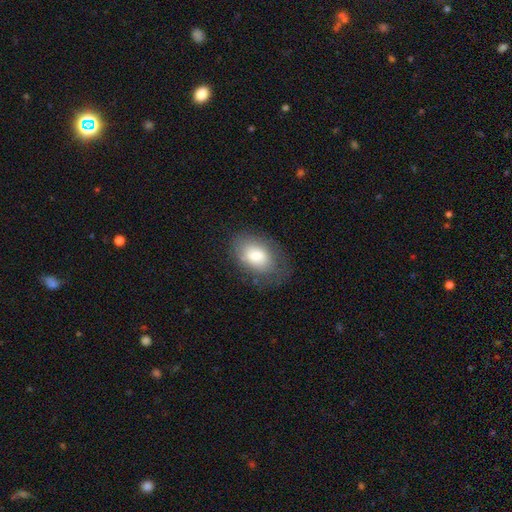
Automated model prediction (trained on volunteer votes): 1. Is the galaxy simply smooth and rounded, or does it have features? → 75% smooth, 17% featured or disk, 8% star or artifact.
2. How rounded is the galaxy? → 87% in between, 12% round, 1% cigar-shaped.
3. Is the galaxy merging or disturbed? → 69% none, 21% minor disturbance, 8% major disturbance, 1% merger.